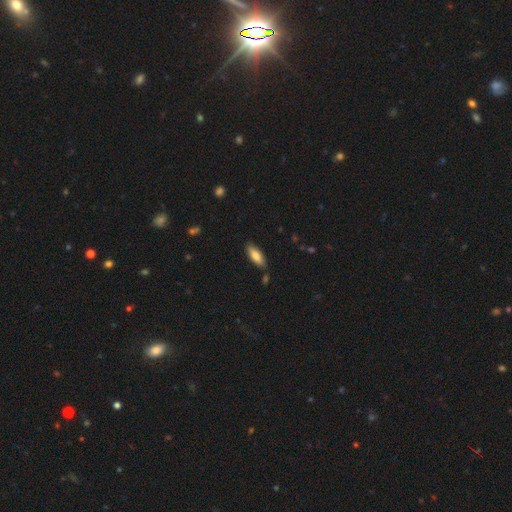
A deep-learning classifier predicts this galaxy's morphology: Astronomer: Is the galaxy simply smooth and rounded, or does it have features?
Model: smooth — 80%.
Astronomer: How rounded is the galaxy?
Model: in between — 72%.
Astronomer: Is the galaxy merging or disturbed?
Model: none — 83%.